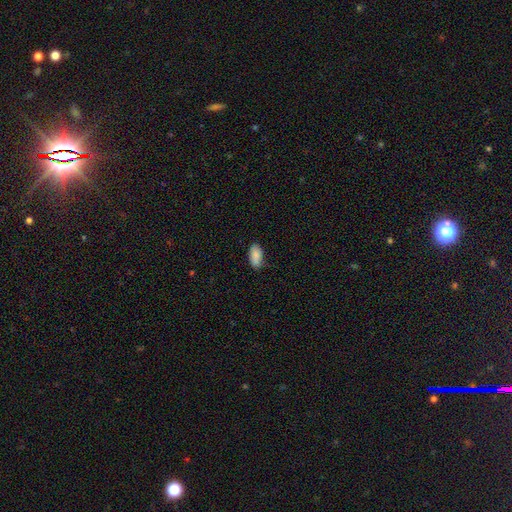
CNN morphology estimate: Smooth or featured? smooth (87%)
How rounded? in between (93%)
Merging? none (79%)